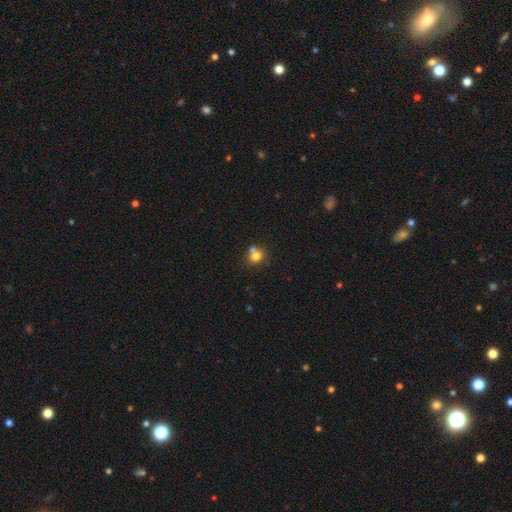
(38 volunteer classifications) Q: Smooth or featured?
A: smooth (79%); runner-up: featured or disk (11%)
Q: How rounded?
A: round (90%); runner-up: in between (10%)
Q: Merging?
A: none (74%); runner-up: merger (15%)